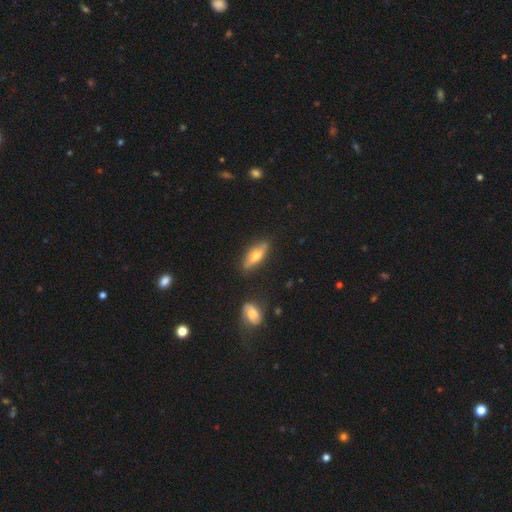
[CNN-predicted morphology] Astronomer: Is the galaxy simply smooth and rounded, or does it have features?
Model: featured or disk — 49% (runner-up: smooth, 45%).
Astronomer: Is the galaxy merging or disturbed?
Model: none — 80%.